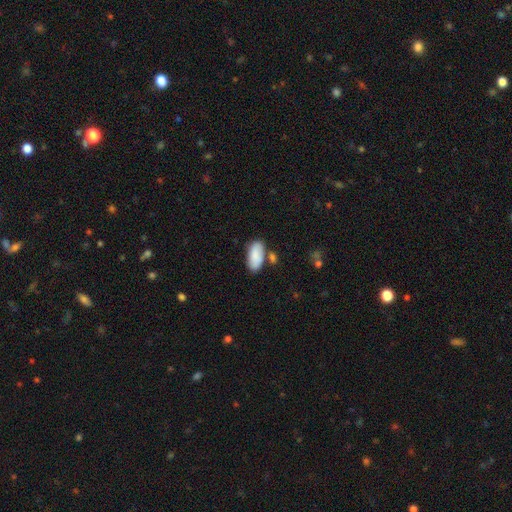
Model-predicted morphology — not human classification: A smooth galaxy with no disk features (85%) that is in between round and cigar-shaped (93%).

Vote fractions:
- Smooth or featured? smooth: 85% / featured or disk: 9% / star or artifact: 6%
- How rounded? in between: 93% / cigar-shaped: 5% / round: 2%
- Merging? none: 65% / minor disturbance: 16% / merger: 15% / major disturbance: 4%